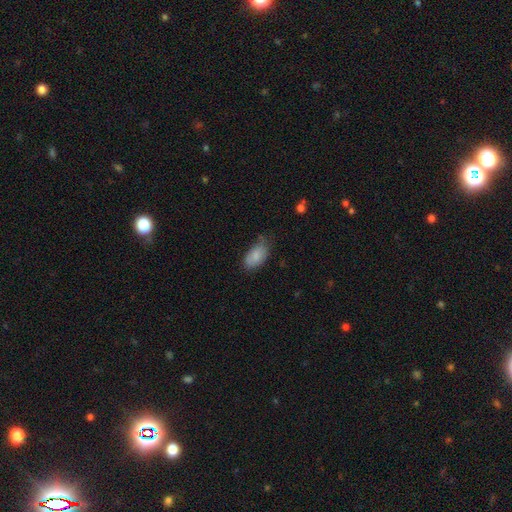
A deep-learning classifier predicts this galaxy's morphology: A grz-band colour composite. It shows a smooth galaxy with no disk features (82%) that is in between round and cigar-shaped (94%). Merging: none (55%).